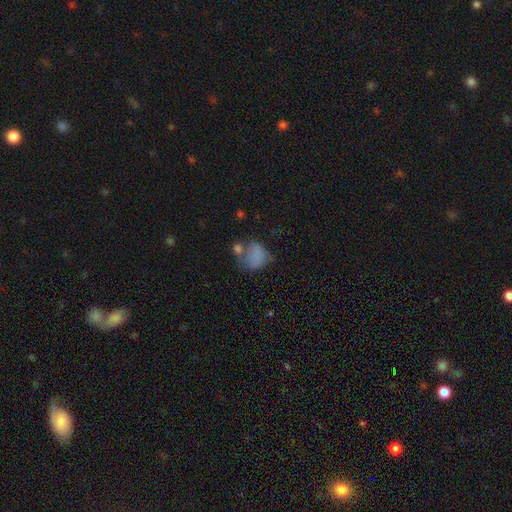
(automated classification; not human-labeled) Smooth or featured? smooth (74%)
How rounded? round (58%)
Merging? none (35%)